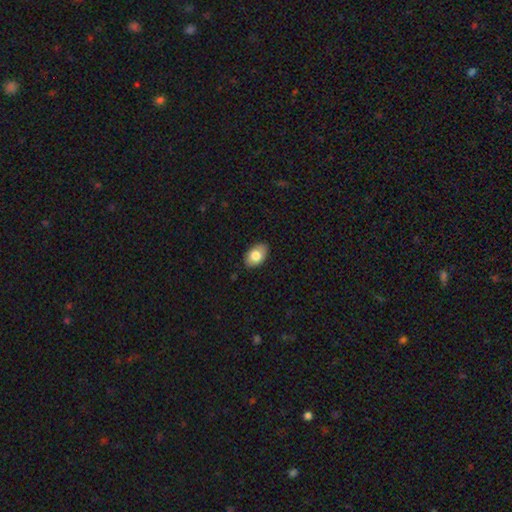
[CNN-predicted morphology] The model was most divided on "smooth or featured": smooth: 80%, featured or disk: 13%, star or artifact: 7%. More confident: how rounded — in between (90%); merging — none (87%).